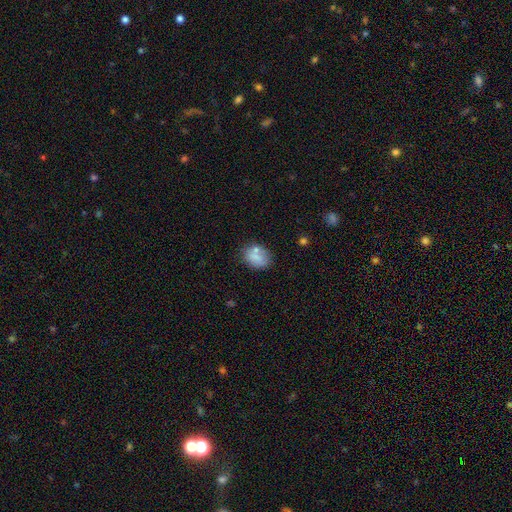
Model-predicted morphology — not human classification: Smooth or featured: smooth — 76% (featured or disk — 14%)
How rounded: in between — 62% (round — 37%)
Merging: none — 61% (minor disturbance — 18%)